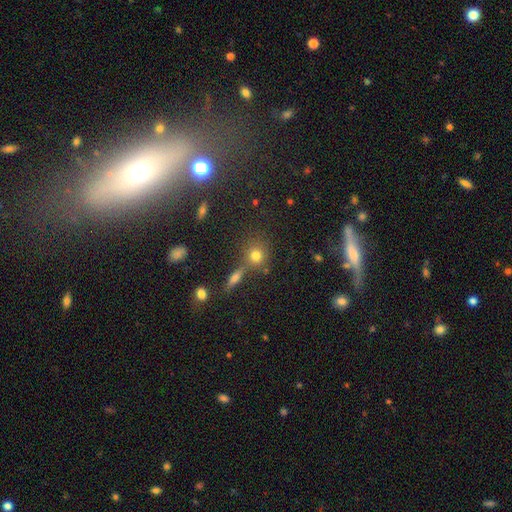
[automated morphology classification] The model was most divided on "merging": none: 67%, merger: 19%, minor disturbance: 10%, major disturbance: 4%. More confident: how rounded — round (84%); smooth or featured — smooth (73%).